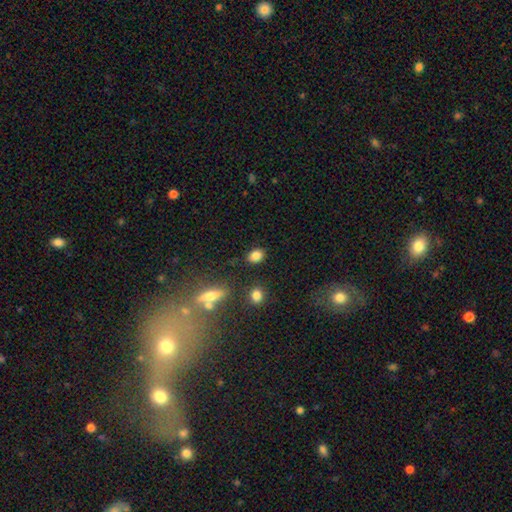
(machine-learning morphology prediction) Q: Smooth or featured?
A: smooth (84%); runner-up: star or artifact (10%)
Q: How rounded?
A: in between (66%); runner-up: round (32%)
Q: Merging?
A: none (83%); runner-up: minor disturbance (10%)